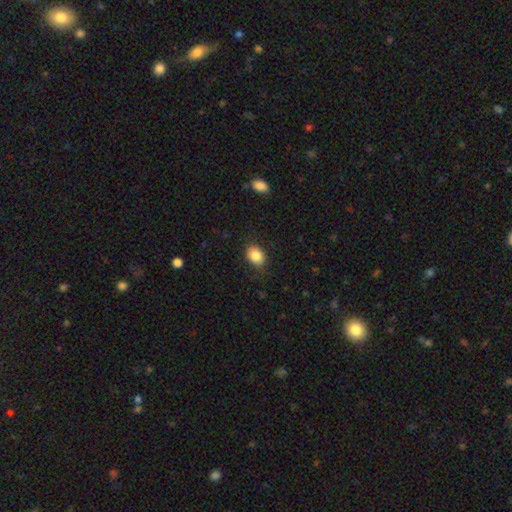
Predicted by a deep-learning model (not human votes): This is clearly a smooth galaxy (85%). How rounded: likely in between (61%). Merging: clearly none (83%).